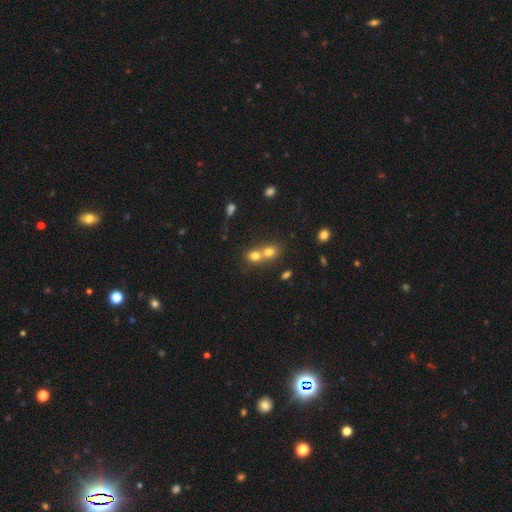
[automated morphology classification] Q: Smooth or featured?
A: smooth (72%); runner-up: featured or disk (14%)
Q: How rounded?
A: round (70%); runner-up: in between (29%)
Q: Merging?
A: merger (66%); runner-up: none (27%)